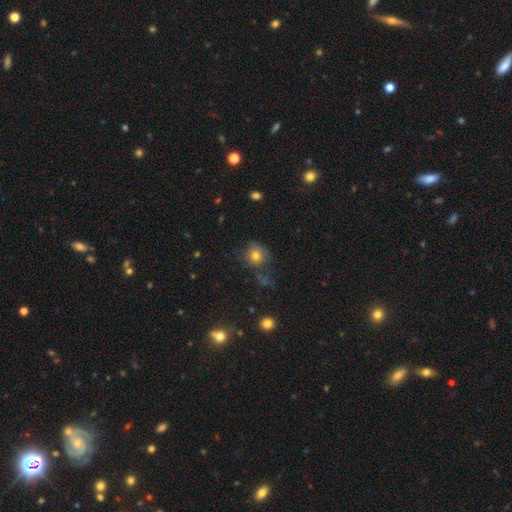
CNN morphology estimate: Overall: smooth (73%). How rounded: round (76%). Merging: none (58%; minor disturbance 24%).